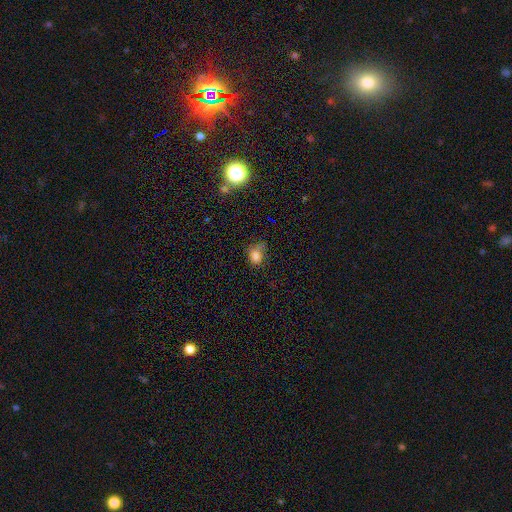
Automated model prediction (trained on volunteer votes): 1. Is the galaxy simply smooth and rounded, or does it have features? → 77% smooth, 14% star or artifact, 9% featured or disk.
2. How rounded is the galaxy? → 51% in between, 48% round, 1% cigar-shaped.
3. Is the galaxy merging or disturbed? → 46% none, 34% minor disturbance, 16% major disturbance, 4% merger.